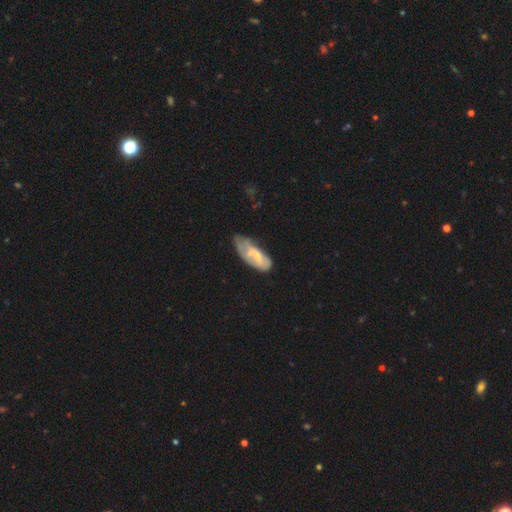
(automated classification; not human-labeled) This appears to be a featured or disk galaxy (47%). Merging: minor disturbance (38%).